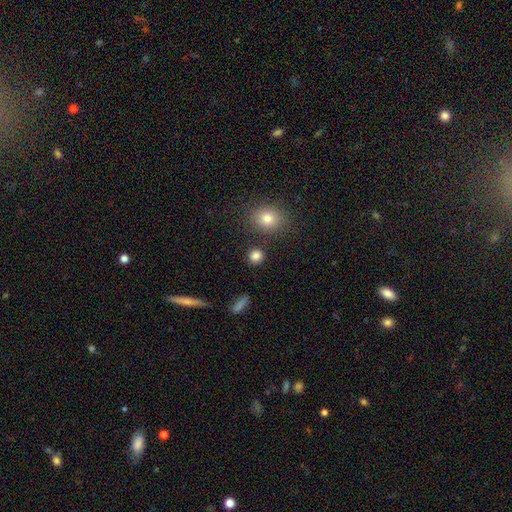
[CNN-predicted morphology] smooth 83%, star or artifact 12%, featured or disk 5%. Down the decision tree: how rounded — round (86%); merging — none (86%).